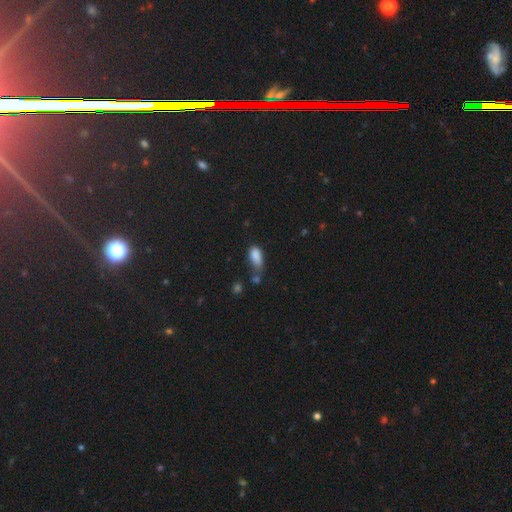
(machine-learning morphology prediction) Q: Smooth or featured?
A: smooth (83%); runner-up: star or artifact (10%)
Q: How rounded?
A: in between (87%); runner-up: cigar-shaped (8%)
Q: Merging?
A: none (36%); runner-up: minor disturbance (32%)